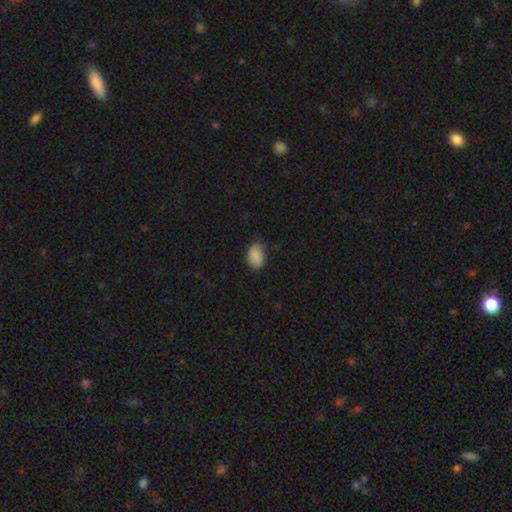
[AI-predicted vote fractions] Smooth or featured? Predicted: smooth (p=0.86). How rounded? Predicted: in between (p=0.77). Merging? Predicted: none (p=0.67).